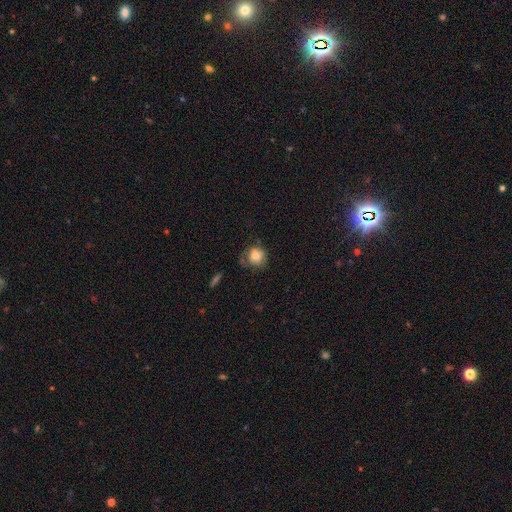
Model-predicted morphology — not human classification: type=smooth (74%); roundness=round (78%); merging=none (52%).